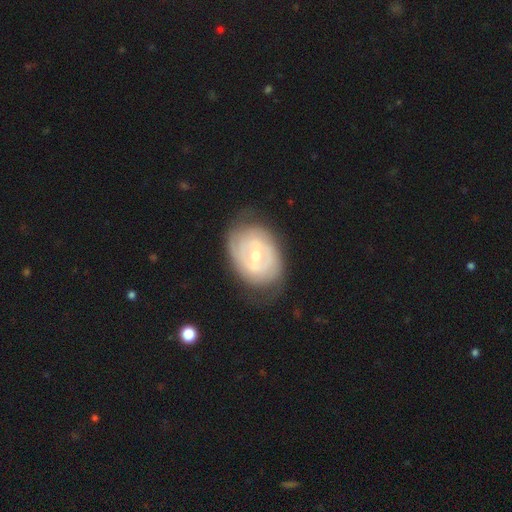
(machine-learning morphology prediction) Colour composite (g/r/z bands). It shows a featured or disk galaxy (77%) with a weak bar (49%), tight (71%) spiral arms (74%) and a moderate central bulge (50%). Merging: none (73%).